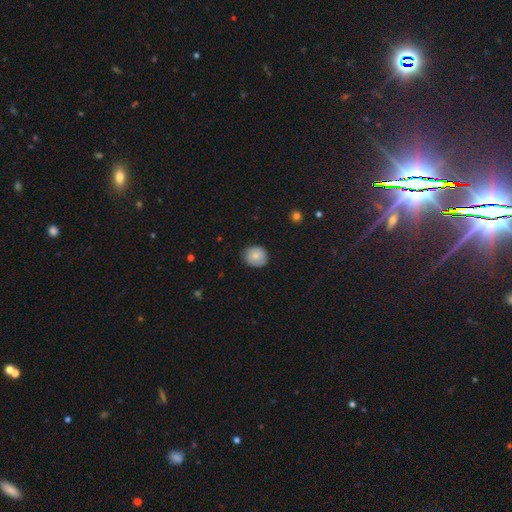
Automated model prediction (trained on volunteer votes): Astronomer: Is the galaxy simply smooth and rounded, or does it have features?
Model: smooth — 79%.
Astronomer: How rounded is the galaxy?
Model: round — 76%.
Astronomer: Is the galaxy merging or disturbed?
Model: none — 78%.